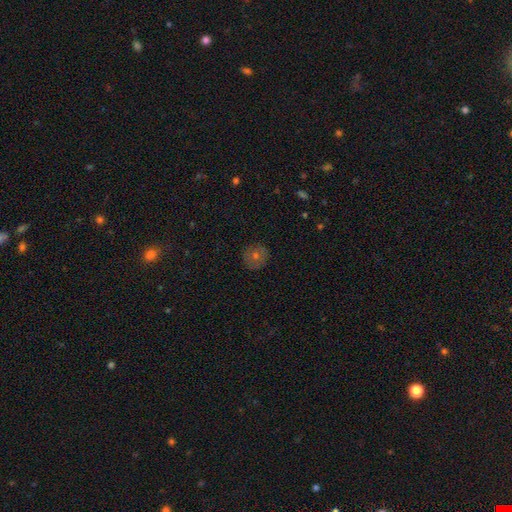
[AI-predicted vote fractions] Q: Smooth or featured?
A: smooth (58%); runner-up: featured or disk (26%)
Q: How rounded?
A: round (91%); runner-up: in between (8%)
Q: Merging?
A: none (85%); runner-up: minor disturbance (11%)